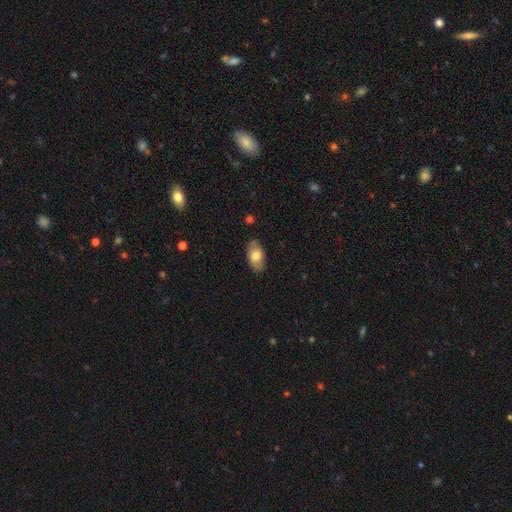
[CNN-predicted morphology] smooth_or_featured: smooth (p=0.72) [alt: featured or disk p=0.22]
how_rounded: in between (p=0.93) [alt: round p=0.05]
merging: none (p=0.80) [alt: minor disturbance p=0.16]